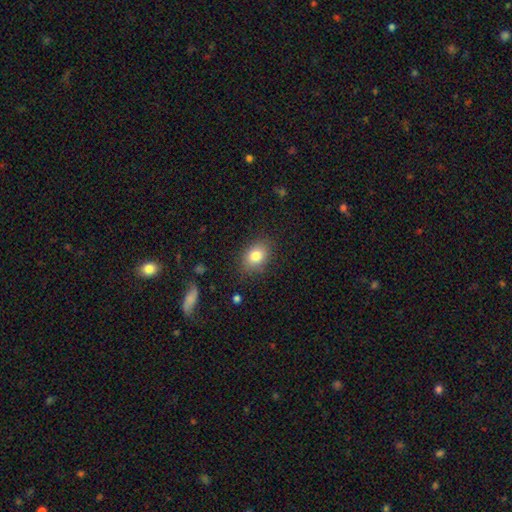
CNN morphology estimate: This is clearly a smooth galaxy (81%). How rounded: likely in between (71%). Merging: clearly none (84%).